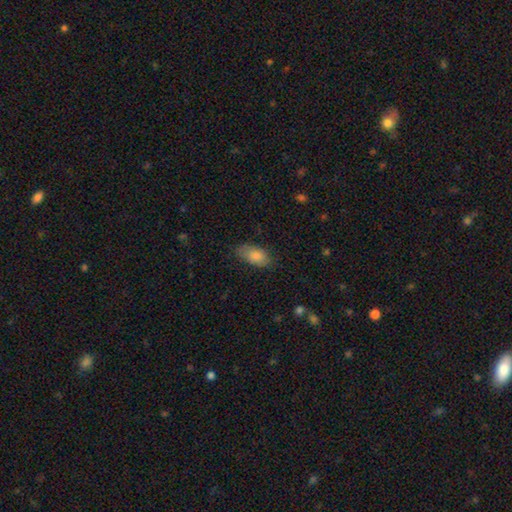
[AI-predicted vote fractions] A smooth galaxy with no disk features (81%) that is in between round and cigar-shaped (90%). Merging: none (75%).